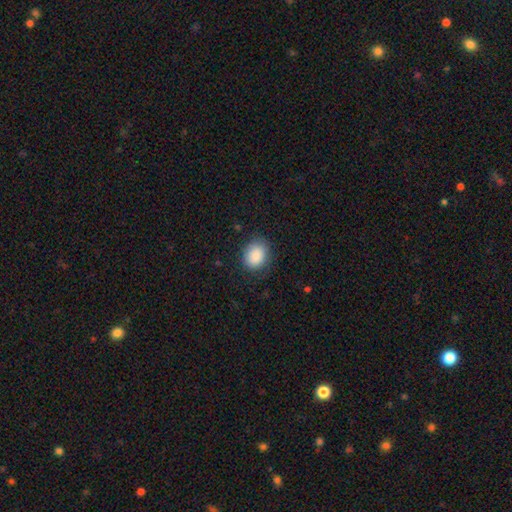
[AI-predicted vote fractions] smooth 89%, star or artifact 7%, featured or disk 4%. Down the decision tree: how rounded — in between (56%); merging — none (81%).